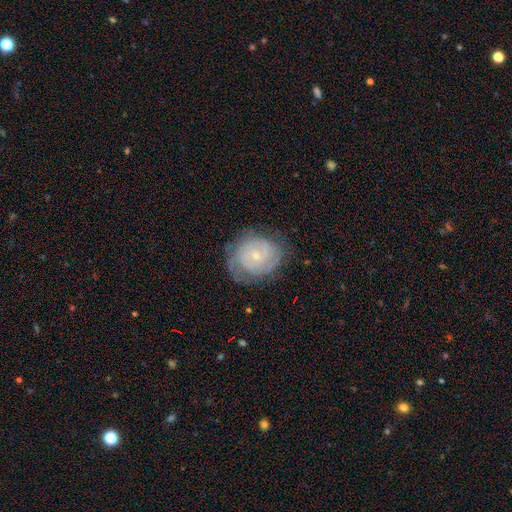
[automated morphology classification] Smooth or featured: featured or disk — 73% (smooth — 20%)
Edge-on disk: no — 98% (yes — 2%)
Bar: no — 72% (weak — 24%)
Spiral arms: yes — 91% (no — 9%)
Spiral winding: tight — 70% (medium — 24%)
Spiral arm count: can't tell — 39% (2 — 30%)
Bulge size: small — 77% (moderate — 19%)
Merging: none — 71% (minor disturbance — 19%)